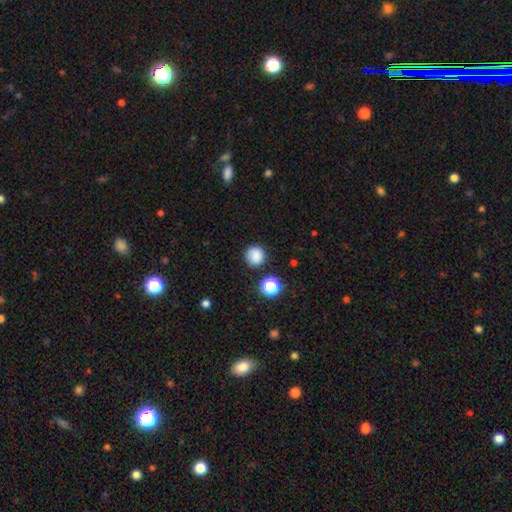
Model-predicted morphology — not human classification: The model was most divided on "smooth or featured": smooth: 83%, star or artifact: 11%, featured or disk: 5%. More confident: how rounded — round (93%); merging — none (85%).